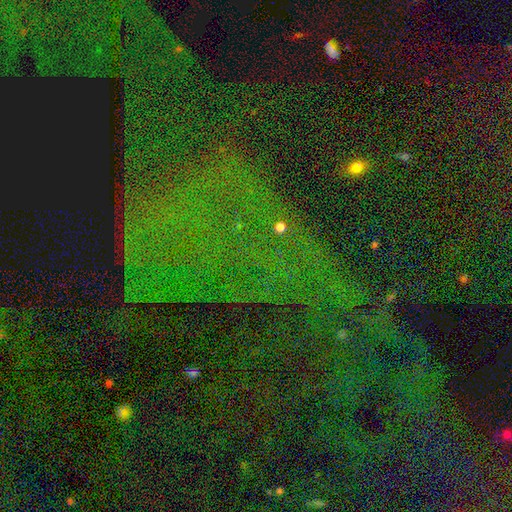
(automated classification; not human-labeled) The model was most divided on "smooth or featured": star or artifact: 81%, smooth: 10%, featured or disk: 10%.